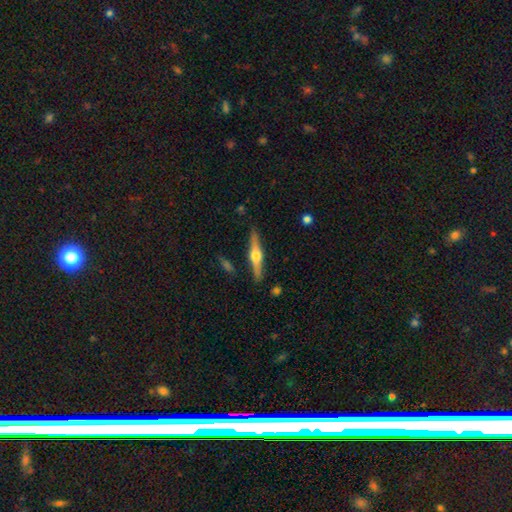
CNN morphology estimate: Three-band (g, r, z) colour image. It shows a featured or disk galaxy (73%) viewed edge-on (97%) with a rounded central bulge (95%). Merging: none (89%).